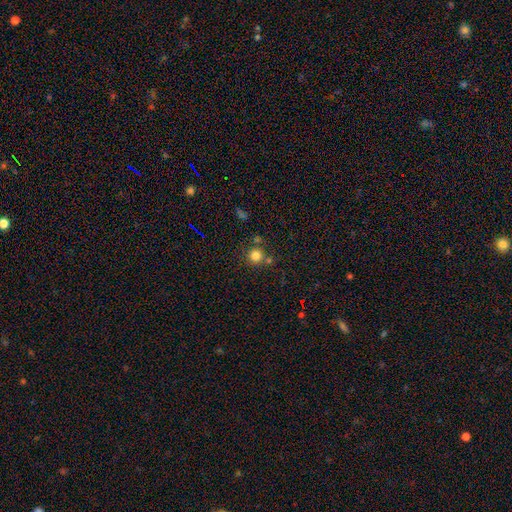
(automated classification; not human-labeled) A smooth galaxy with no disk features (79%) that is round (94%). Merging: none (72%).